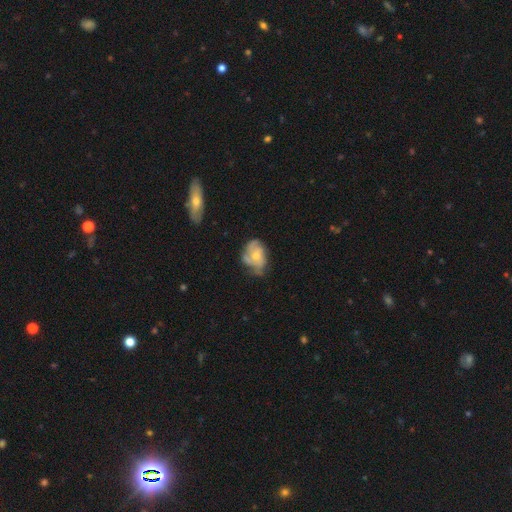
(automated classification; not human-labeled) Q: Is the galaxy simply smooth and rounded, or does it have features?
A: featured or disk — 63%.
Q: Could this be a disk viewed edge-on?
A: no — 97%.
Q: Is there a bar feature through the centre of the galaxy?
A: no — 81%.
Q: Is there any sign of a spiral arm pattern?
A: yes — 75%.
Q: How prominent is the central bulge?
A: moderate — 47%, tied with small.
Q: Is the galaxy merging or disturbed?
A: none — 48%.